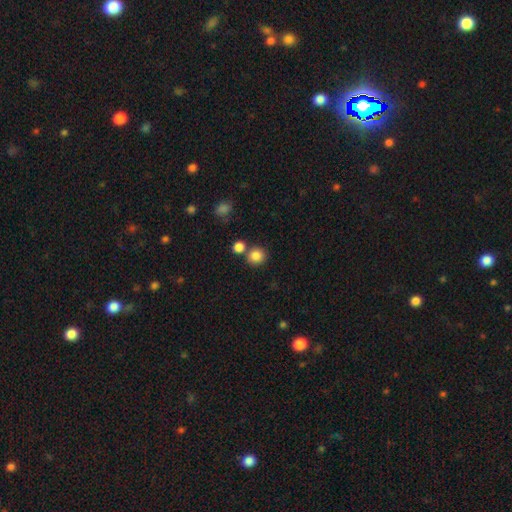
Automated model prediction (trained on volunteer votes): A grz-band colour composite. It shows a smooth galaxy with no disk features (85%) that is round (85%). Merging: none (69%).